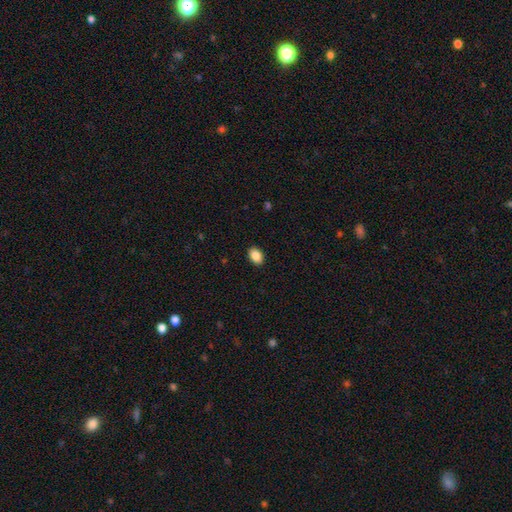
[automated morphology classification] This appears to be a smooth galaxy with no disk features (88%) that is in between round and cigar-shaped (82%). Merging: none (90%).